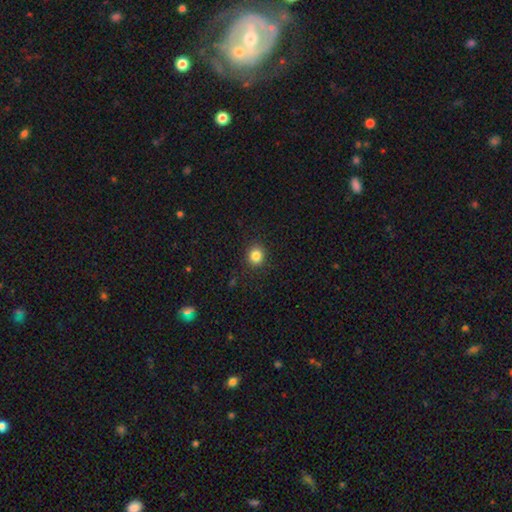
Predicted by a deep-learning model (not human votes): Smooth or featured: smooth — 84% (star or artifact — 11%)
How rounded: round — 79% (in between — 20%)
Merging: none — 89% (minor disturbance — 7%)